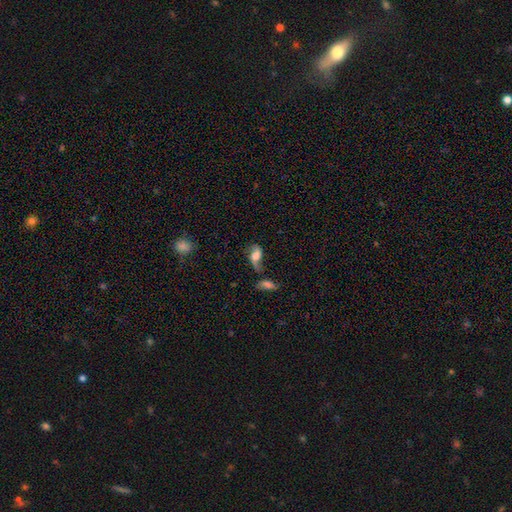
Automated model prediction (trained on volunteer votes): Smooth or featured?
  - featured or disk: 53% *
  - smooth: 38%
  - star or artifact: 10%
Edge-on disk?
  - no: 90% *
  - yes: 10%
Merging?
  - none: 47% *
  - minor disturbance: 21%
  - merger: 17%
  - major disturbance: 15%